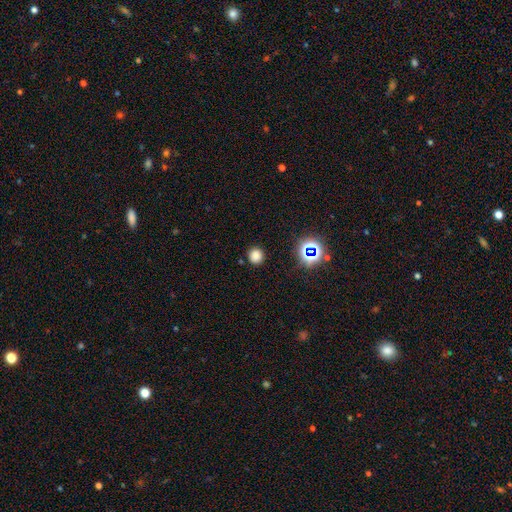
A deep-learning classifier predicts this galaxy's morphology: smooth_or_featured: smooth (p=0.76) [alt: star or artifact p=0.19]
how_rounded: round (p=0.89) [alt: in between p=0.10]
merging: none (p=0.88) [alt: minor disturbance p=0.07]